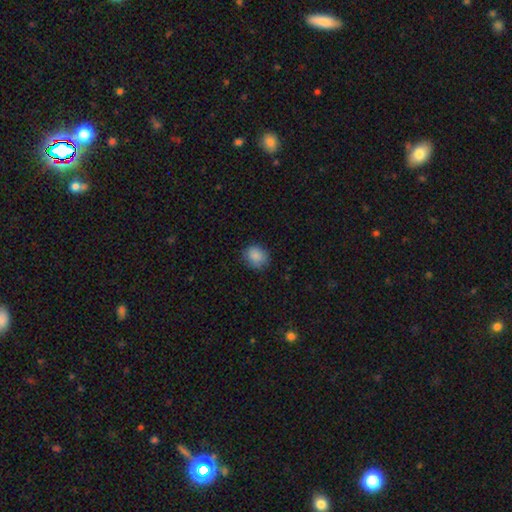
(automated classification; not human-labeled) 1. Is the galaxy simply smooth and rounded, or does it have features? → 87% smooth, 8% star or artifact, 5% featured or disk.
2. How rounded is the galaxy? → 70% round, 29% in between, 1% cigar-shaped.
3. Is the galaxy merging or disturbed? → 83% none, 13% minor disturbance, 3% major disturbance, 1% merger.